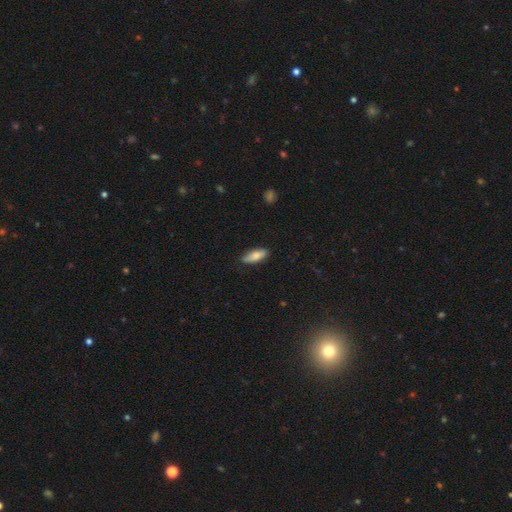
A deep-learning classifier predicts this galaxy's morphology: This appears to be a smooth galaxy with no disk features (82%) that is in between round and cigar-shaped (74%). Merging: none (82%).